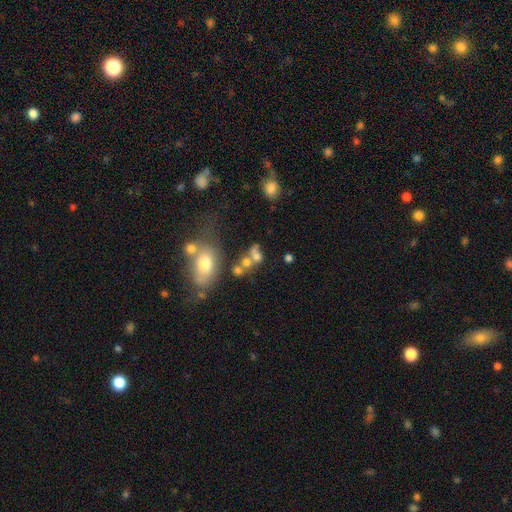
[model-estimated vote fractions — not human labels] Smooth or featured: smooth — 61% (featured or disk — 22%)
How rounded: in between — 51% (round — 46%)
Merging: merger — 49% (none — 30%)